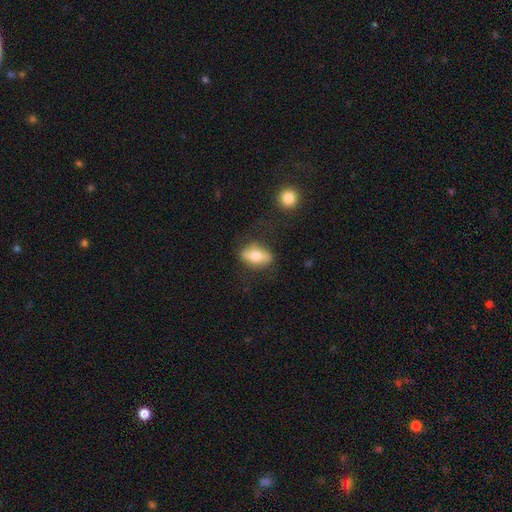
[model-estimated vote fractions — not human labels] Smooth or featured? Predicted: smooth (p=0.59). How rounded? Predicted: in between (p=0.83). Merging? Predicted: none (p=0.75).